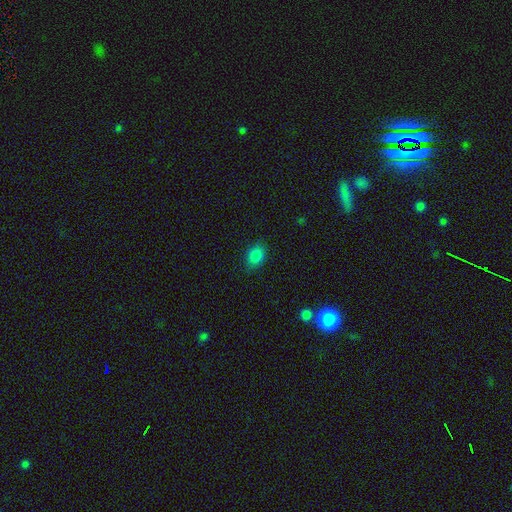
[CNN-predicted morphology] Smooth or featured? smooth (83%)
How rounded? in between (70%)
Merging? none (85%)